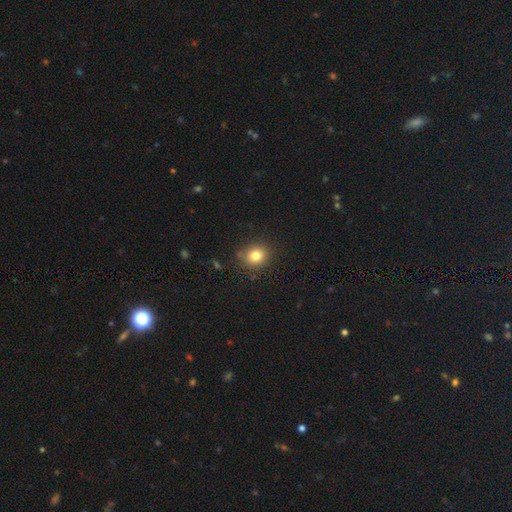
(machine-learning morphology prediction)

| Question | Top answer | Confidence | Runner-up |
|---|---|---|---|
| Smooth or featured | smooth | 81% | star or artifact (12%) |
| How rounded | round | 72% | in between (27%) |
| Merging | none | 85% | minor disturbance (10%) |